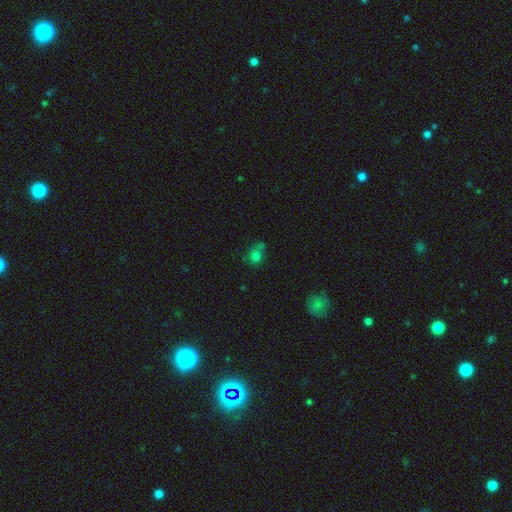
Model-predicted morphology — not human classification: This appears to be a smooth galaxy with no disk features (74%) that is round (75%). Merging: none (51%).